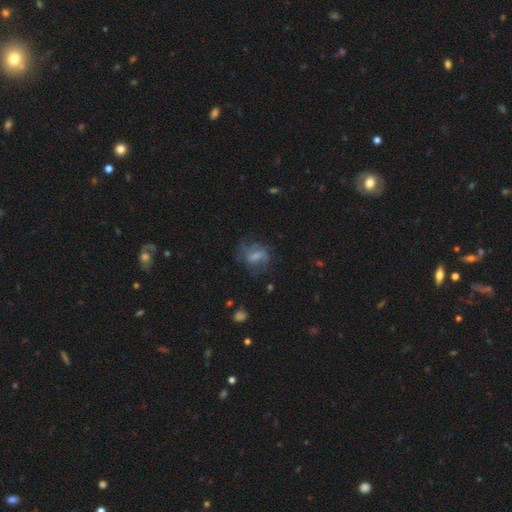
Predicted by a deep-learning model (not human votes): This is possibly a featured or disk galaxy (52%). It is clearly not viewed edge-on (96%). Bar: possibly weak (48%). Spiral arm pattern: likely yes (68%). Central bulge: marginally moderate (34%). Merging: possibly none (51%).